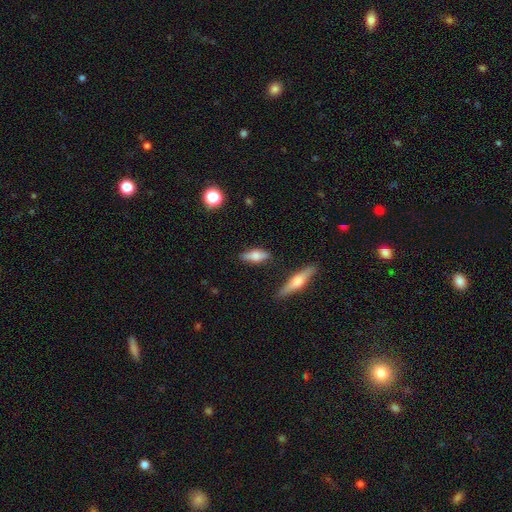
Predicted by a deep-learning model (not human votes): Morphology: type=smooth (59%); roundness=in between (56%); merging=none (82%).